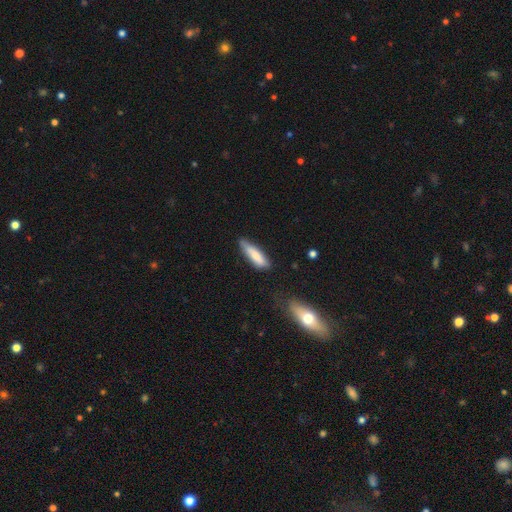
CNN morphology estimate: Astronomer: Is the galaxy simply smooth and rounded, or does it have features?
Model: smooth — 74%.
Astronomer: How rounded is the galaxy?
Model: cigar-shaped — 69%.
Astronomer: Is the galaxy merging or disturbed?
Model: none — 68%.